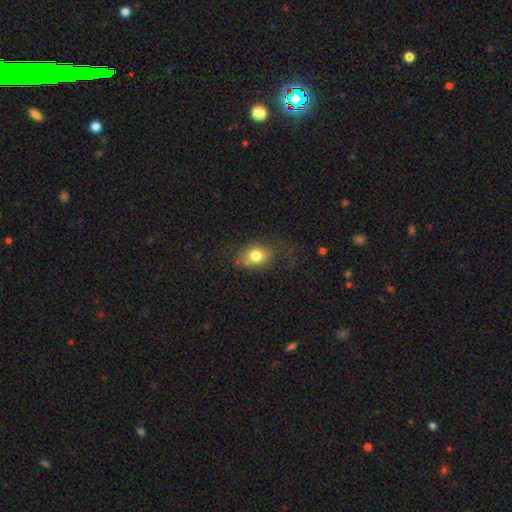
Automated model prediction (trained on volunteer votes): Smooth or featured? smooth (77%)
How rounded? in between (57%)
Merging? none (60%)